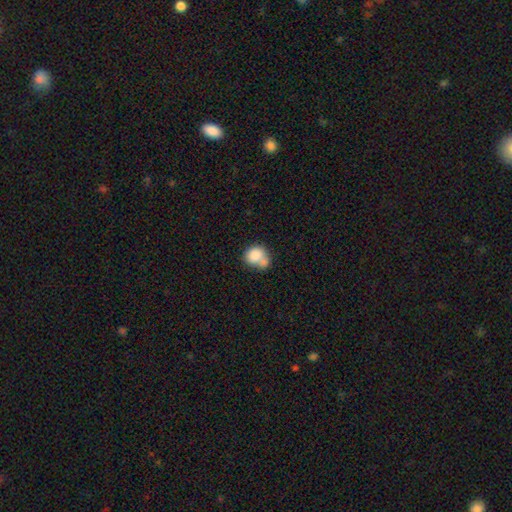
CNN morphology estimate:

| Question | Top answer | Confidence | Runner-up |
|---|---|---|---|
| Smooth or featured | smooth | 81% | featured or disk (10%) |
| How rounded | round | 67% | in between (32%) |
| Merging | merger | 46% | none (35%) |